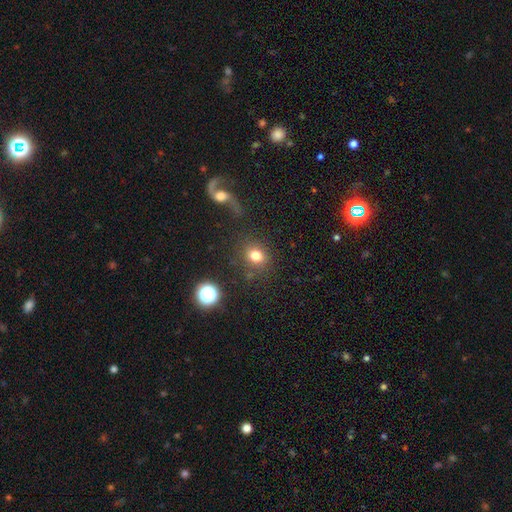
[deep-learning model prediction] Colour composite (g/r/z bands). It shows a smooth galaxy with no disk features (77%) that is round (64%). Merging: none (77%).